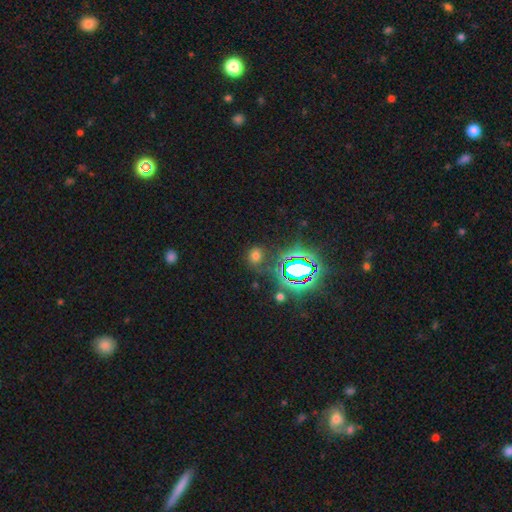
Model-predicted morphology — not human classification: smooth 54%, star or artifact 37%, featured or disk 9%. Down the decision tree: how rounded — round (63%); merging — none (76%).